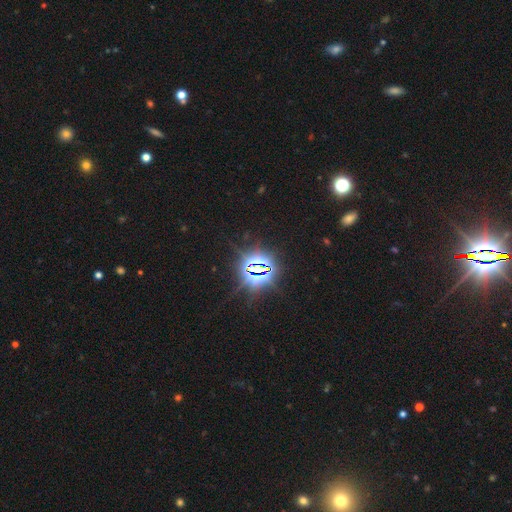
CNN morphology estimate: smooth_or_featured: star or artifact (p=0.83) [alt: smooth p=0.10]